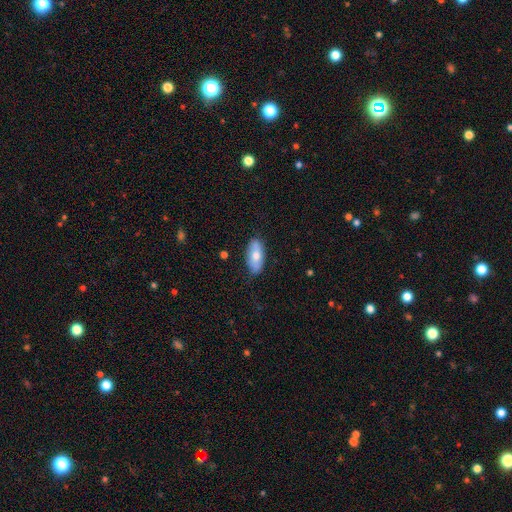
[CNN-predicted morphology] type=smooth (71%); roundness=in between (86%); merging=none (81%).